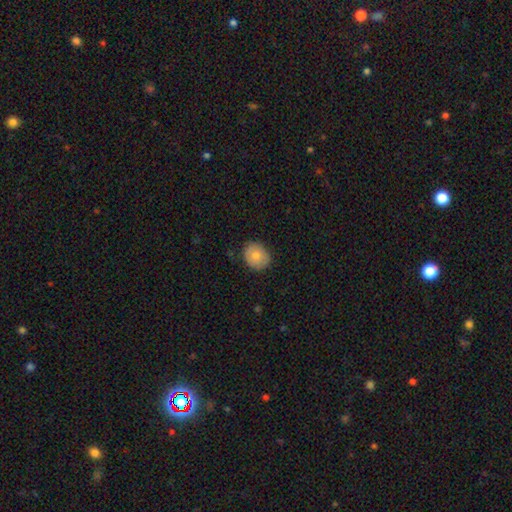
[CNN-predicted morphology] Smooth or featured?
  - smooth: 78% *
  - featured or disk: 14%
  - star or artifact: 8%
How rounded?
  - round: 56% *
  - in between: 44%
  - cigar-shaped: 1%
Merging?
  - none: 83% *
  - minor disturbance: 14%
  - major disturbance: 3%
  - merger: 1%